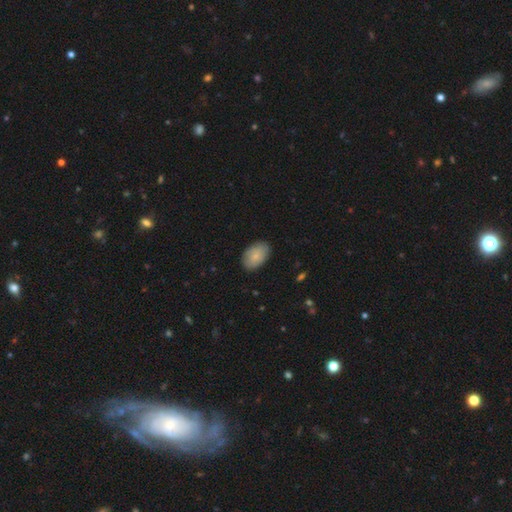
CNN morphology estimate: Smooth or featured? smooth (78%)
How rounded? in between (88%)
Merging? none (82%)